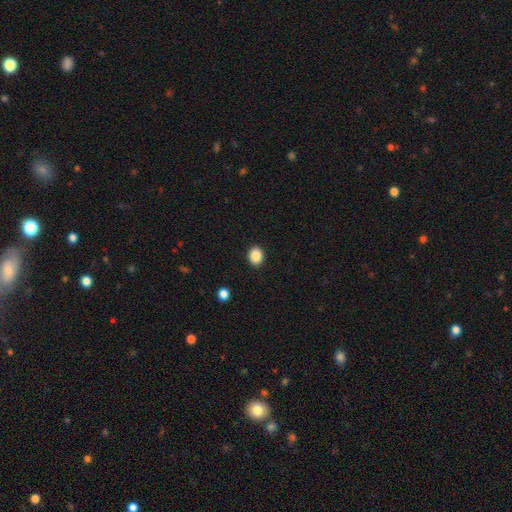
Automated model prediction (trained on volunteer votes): Overall: smooth (87%). How rounded: round (51%; in between 48%). Merging: none (91%).